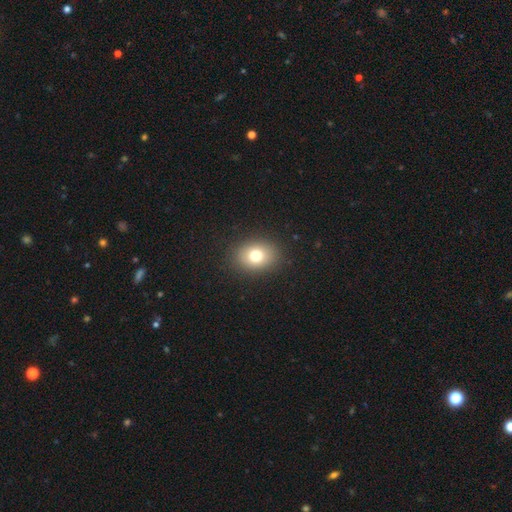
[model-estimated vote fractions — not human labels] smooth_or_featured: smooth (p=0.77) [alt: star or artifact p=0.12]
how_rounded: in between (p=0.58) [alt: round p=0.41]
merging: none (p=0.89) [alt: minor disturbance p=0.07]